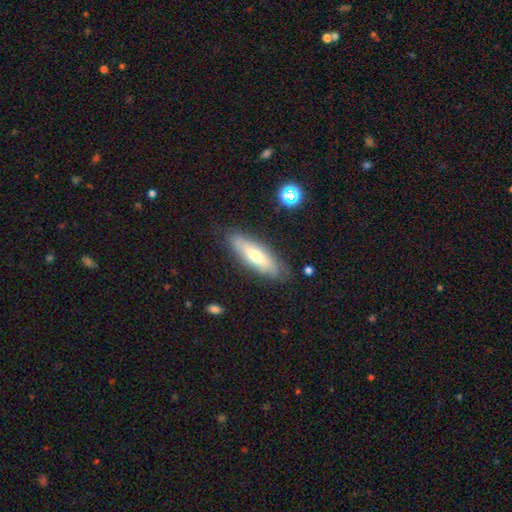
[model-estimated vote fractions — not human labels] Smooth or featured? Predicted: smooth (p=0.56). How rounded? Predicted: in between (p=0.50). Merging? Predicted: none (p=0.80).